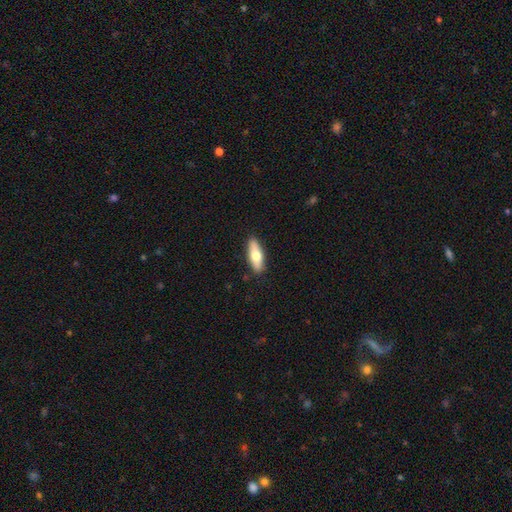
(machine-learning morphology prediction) This is likely a smooth galaxy (62%). How rounded: possibly in between (58%). Merging: clearly none (89%).